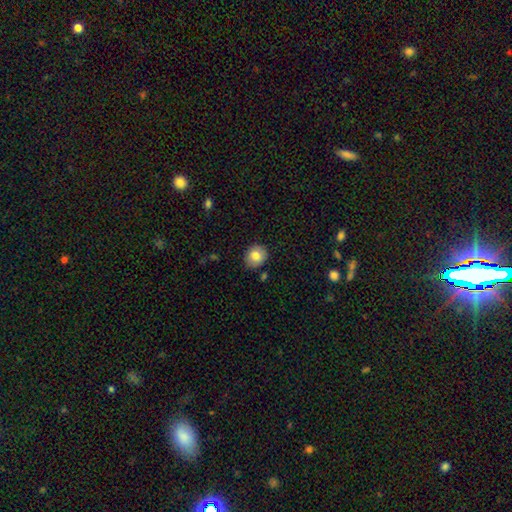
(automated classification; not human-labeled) A smooth galaxy with no disk features (81%) that is round (75%). Merging: none (84%).